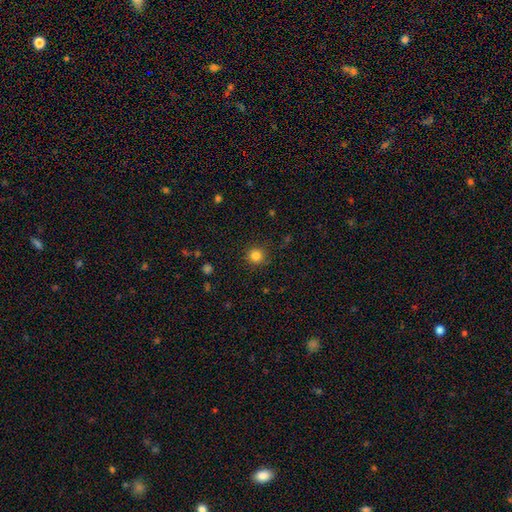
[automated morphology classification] Smooth or featured? Predicted: smooth (p=0.83). How rounded? Predicted: round (p=0.94). Merging? Predicted: none (p=0.89).